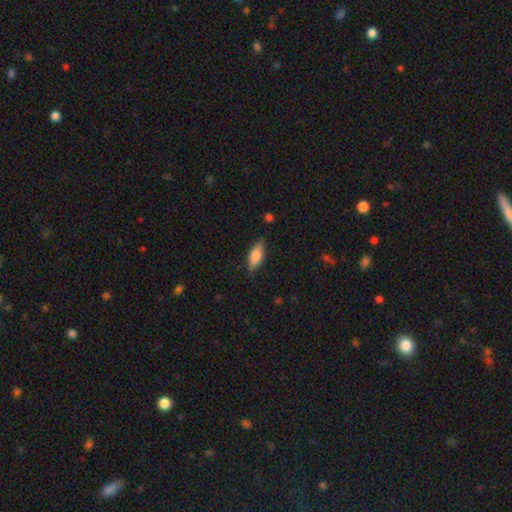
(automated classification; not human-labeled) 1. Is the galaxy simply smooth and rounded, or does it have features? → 69% smooth, 24% featured or disk, 7% star or artifact.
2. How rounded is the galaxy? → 69% in between, 29% cigar-shaped, 3% round.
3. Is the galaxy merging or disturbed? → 83% none, 13% minor disturbance, 3% major disturbance, 1% merger.